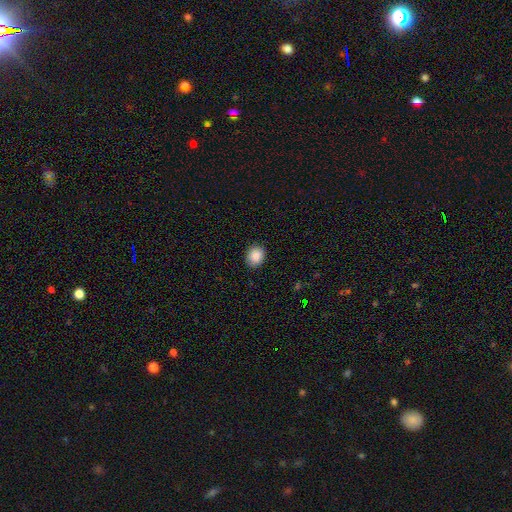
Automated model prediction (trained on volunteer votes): The model was most divided on "how rounded": round: 60%, in between: 39%, cigar-shaped: 1%. More confident: smooth or featured — smooth (88%); merging — none (88%).